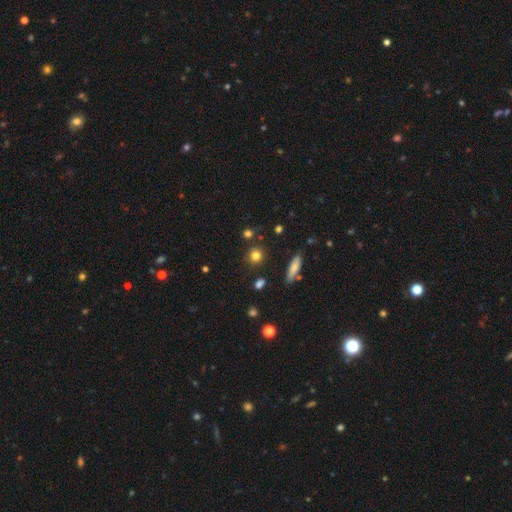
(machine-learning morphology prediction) The model was most divided on "smooth or featured": smooth: 79%, star or artifact: 13%, featured or disk: 8%. More confident: how rounded — round (86%); merging — none (85%).